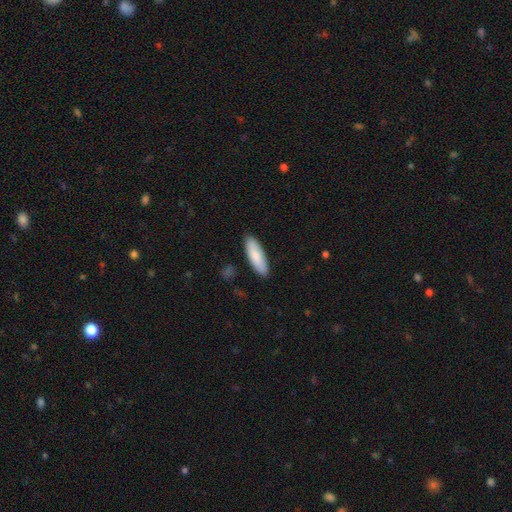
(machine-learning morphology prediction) This is clearly a smooth galaxy (85%). How rounded: possibly in between (53%). Merging: clearly none (89%).